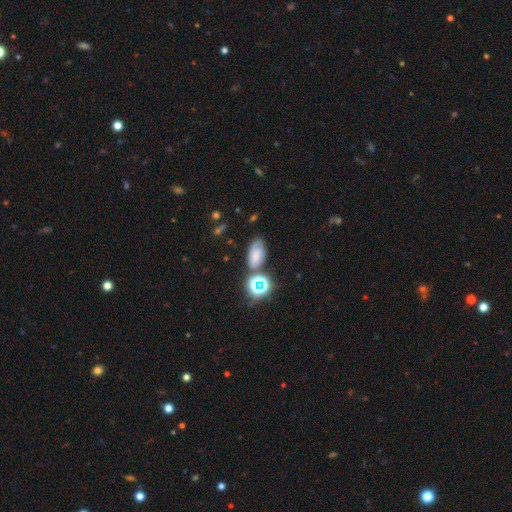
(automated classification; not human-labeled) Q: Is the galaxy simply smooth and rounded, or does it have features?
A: smooth — 52%.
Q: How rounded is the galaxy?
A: in between — 84%.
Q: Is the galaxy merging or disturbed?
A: none — 59%.